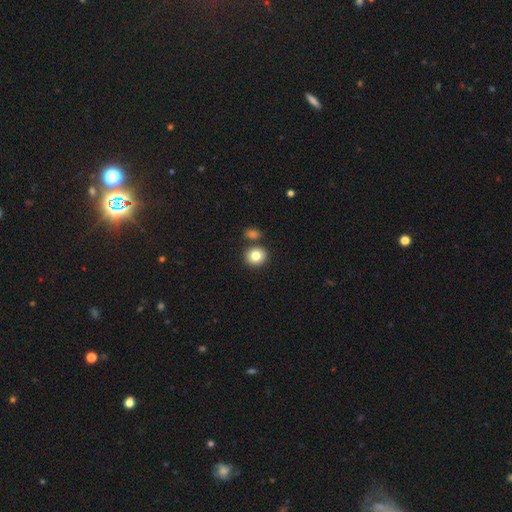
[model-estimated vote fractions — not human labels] The model was most divided on "merging": none: 77%, merger: 12%, minor disturbance: 8%, major disturbance: 3%. More confident: how rounded — round (85%); smooth or featured — smooth (82%).